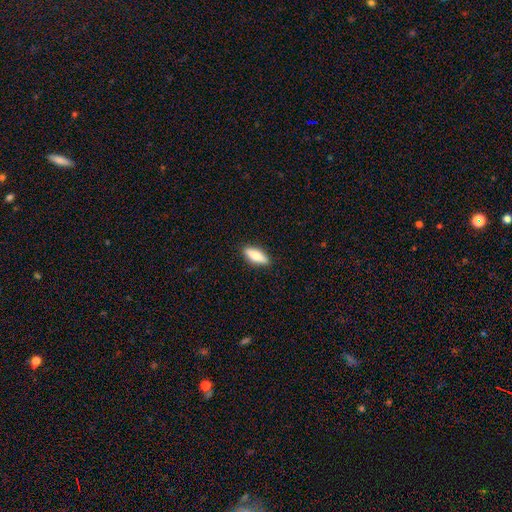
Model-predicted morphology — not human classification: Smooth or featured? Predicted: smooth (p=0.71). How rounded? Predicted: in between (p=0.61). Merging? Predicted: none (p=0.89).